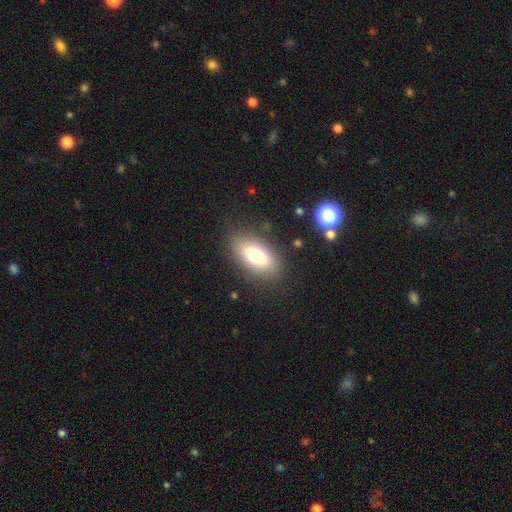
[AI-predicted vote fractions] Morphology: type=smooth (75%); roundness=in between (87%); merging=none (83%).